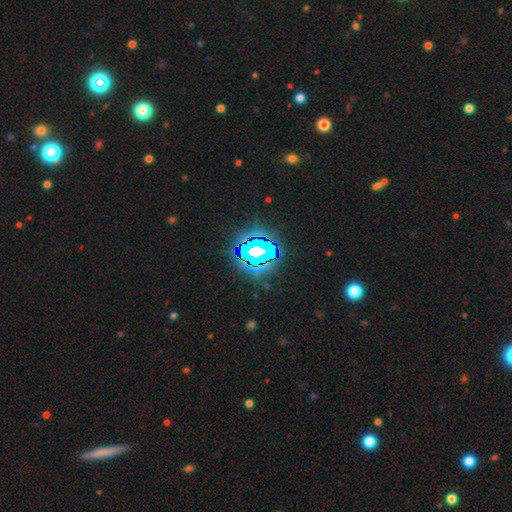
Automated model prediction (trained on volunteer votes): The model was most divided on "smooth or featured": star or artifact: 67%, featured or disk: 18%, smooth: 15%.